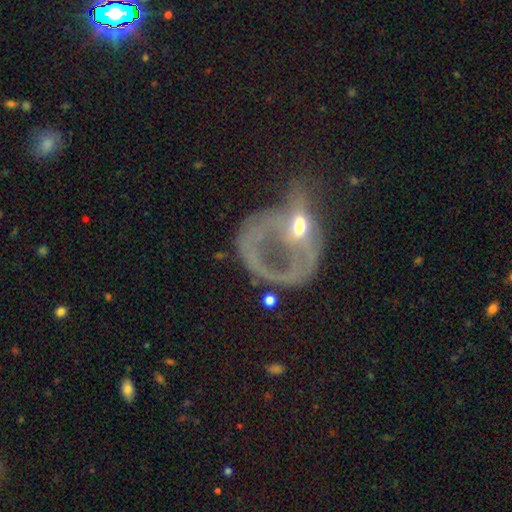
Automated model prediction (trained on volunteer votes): This appears to be a featured or disk galaxy (61%) with no bar (80%), no spiral arms (67%) and a moderate central bulge (52%). Merging: major disturbance (55%).